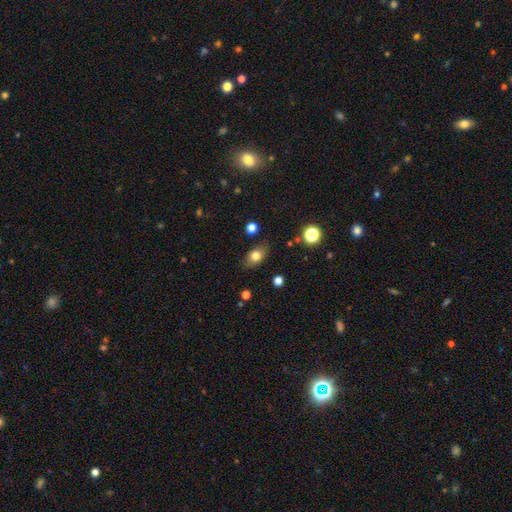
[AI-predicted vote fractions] Q: Smooth or featured?
A: smooth (76%); runner-up: featured or disk (14%)
Q: How rounded?
A: in between (78%); runner-up: round (18%)
Q: Merging?
A: none (81%); runner-up: minor disturbance (14%)